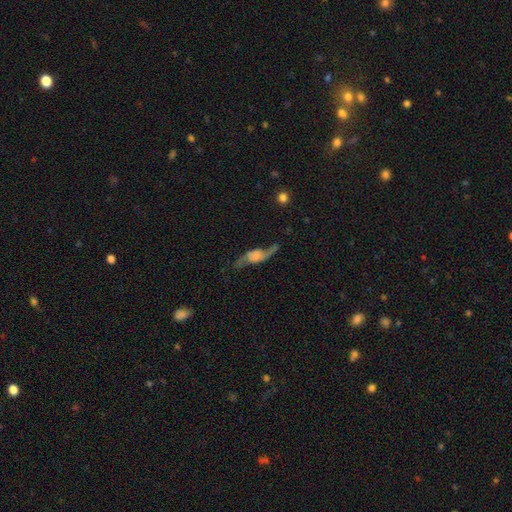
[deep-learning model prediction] A featured or disk galaxy (75%) with no bar (61%), 2 (90%) loose (84%) spiral arms (90%) and no central bulge (42%). Merging: none (60%).